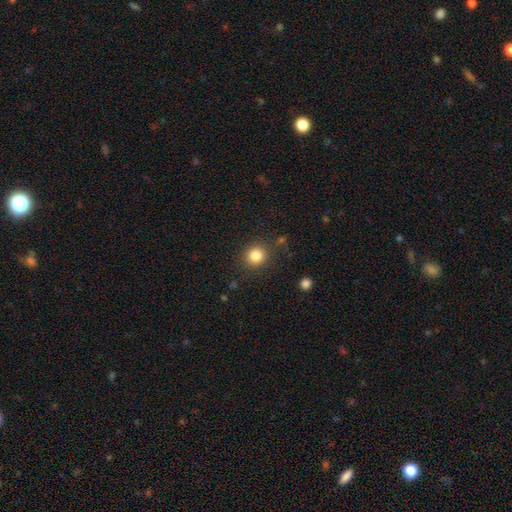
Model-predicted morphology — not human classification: Smooth or featured?
  - smooth: 84% *
  - star or artifact: 11%
  - featured or disk: 5%
How rounded?
  - round: 87% *
  - in between: 12%
  - cigar-shaped: 1%
Merging?
  - none: 87% *
  - minor disturbance: 8%
  - major disturbance: 3%
  - merger: 2%